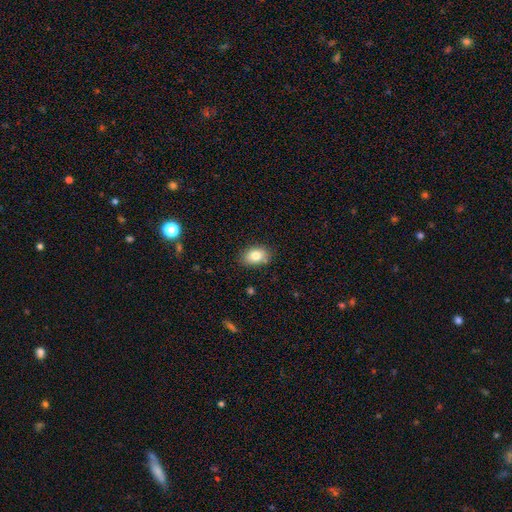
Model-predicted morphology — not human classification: Overall: smooth (81%). How rounded: in between (81%). Merging: none (82%).